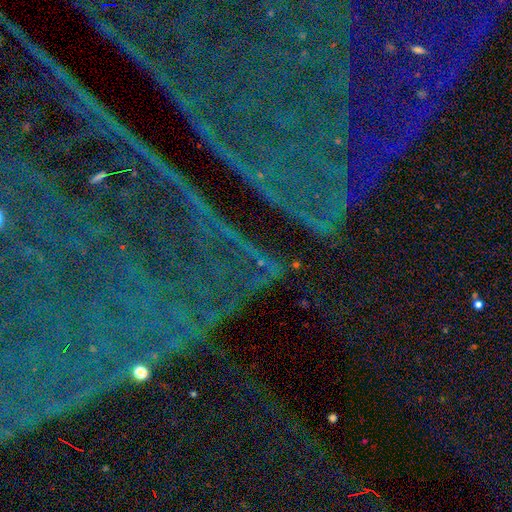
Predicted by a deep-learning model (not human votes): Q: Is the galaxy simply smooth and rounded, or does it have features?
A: star or artifact — 86%.